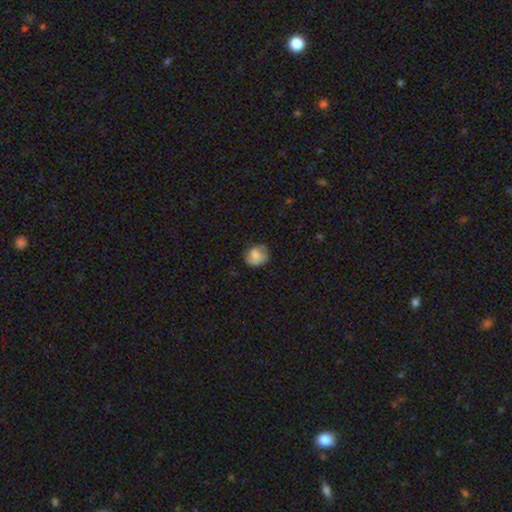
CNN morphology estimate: Q: Smooth or featured?
A: smooth (71%); runner-up: featured or disk (21%)
Q: How rounded?
A: round (70%); runner-up: in between (29%)
Q: Merging?
A: none (62%); runner-up: minor disturbance (26%)